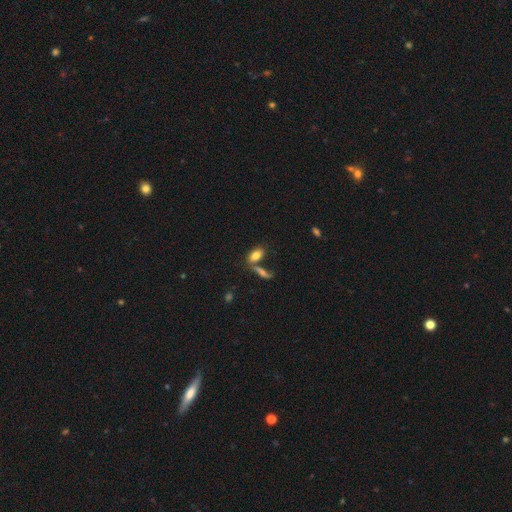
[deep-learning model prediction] smooth-or-featured: smooth: 79% | featured or disk: 12% | star or artifact: 9%
  how-rounded: in between: 87% | cigar-shaped: 9% | round: 5%
  merging: none: 54% | merger: 30% | minor disturbance: 12% | major disturbance: 5%